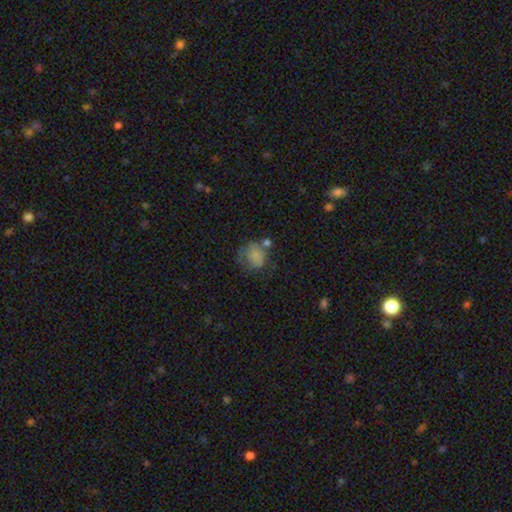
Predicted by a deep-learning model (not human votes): Smooth or featured?
  - smooth: 71% *
  - featured or disk: 19%
  - star or artifact: 11%
How rounded?
  - round: 68% *
  - in between: 31%
  - cigar-shaped: 1%
Merging?
  - none: 41% *
  - minor disturbance: 25%
  - major disturbance: 22%
  - merger: 12%